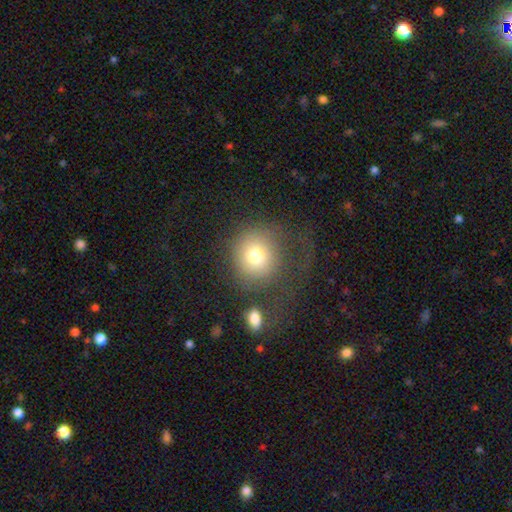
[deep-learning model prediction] smooth_or_featured: smooth (p=0.72) [alt: featured or disk p=0.16]
how_rounded: round (p=0.87) [alt: in between p=0.12]
merging: none (p=0.51) [alt: major disturbance p=0.28]